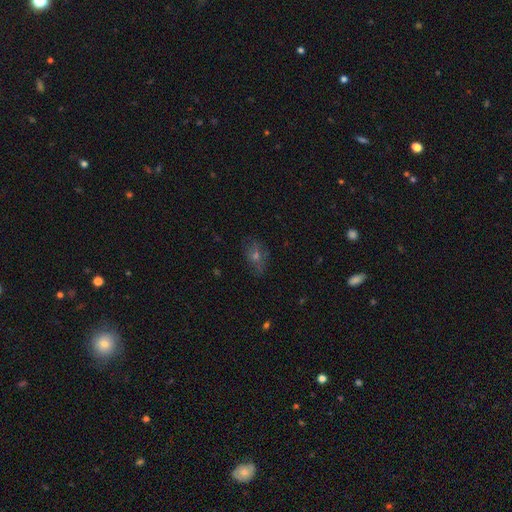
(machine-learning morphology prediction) Smooth or featured? smooth (41%)
Merging? none (70%)